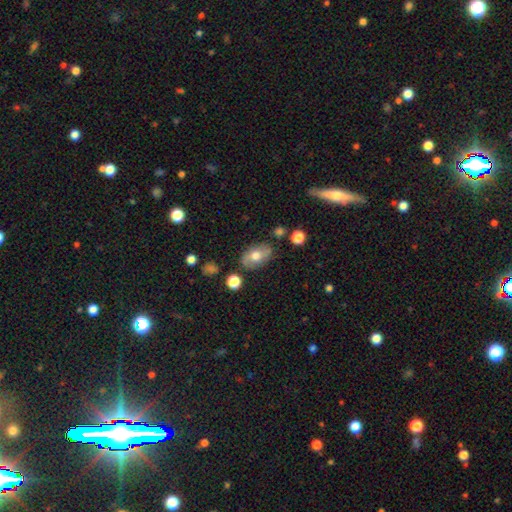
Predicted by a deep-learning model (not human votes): This appears to be a smooth galaxy with no disk features (62%) that is in between round and cigar-shaped (86%). Merging: none (77%).